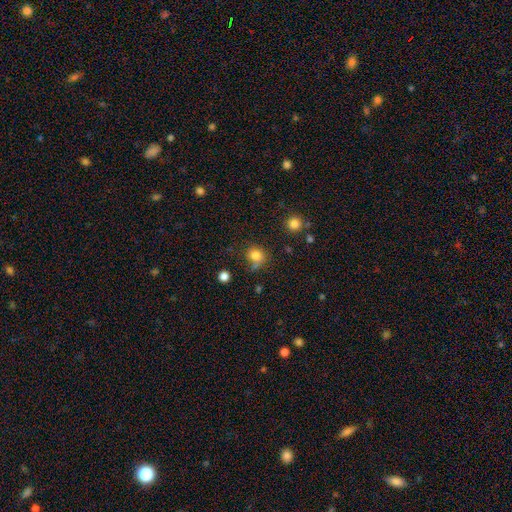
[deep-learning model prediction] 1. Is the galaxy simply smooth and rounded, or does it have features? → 80% smooth, 12% star or artifact, 7% featured or disk.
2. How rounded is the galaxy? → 80% round, 19% in between, 1% cigar-shaped.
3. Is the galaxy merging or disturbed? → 60% none, 21% minor disturbance, 10% major disturbance, 9% merger.